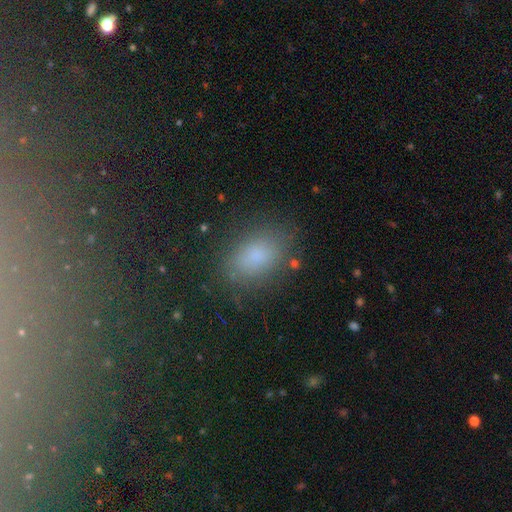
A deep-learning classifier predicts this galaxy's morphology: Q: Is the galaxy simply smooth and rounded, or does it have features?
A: smooth — 77%.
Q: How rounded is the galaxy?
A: in between — 85%.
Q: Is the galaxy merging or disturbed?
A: none — 80%.